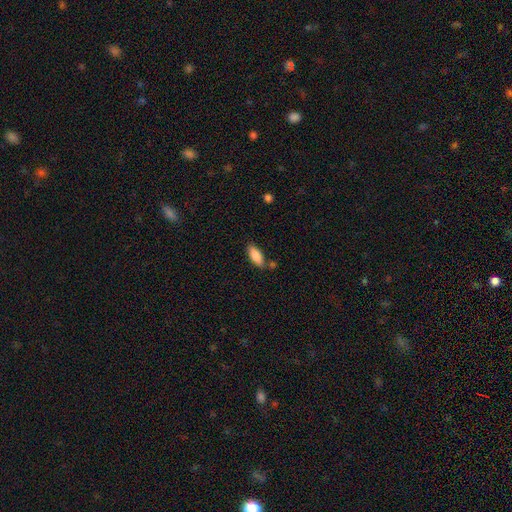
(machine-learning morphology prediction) Smooth or featured? smooth (86%)
How rounded? in between (75%)
Merging? none (70%)